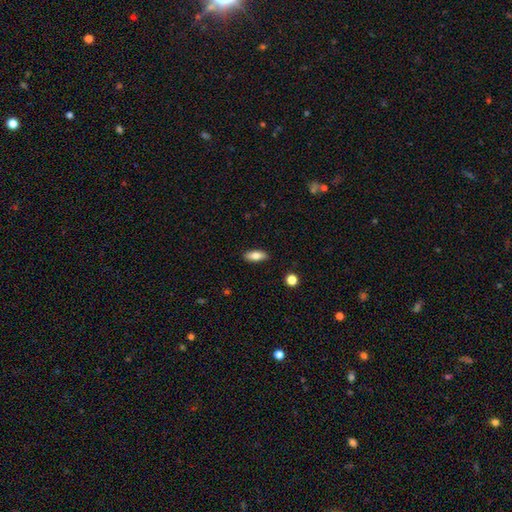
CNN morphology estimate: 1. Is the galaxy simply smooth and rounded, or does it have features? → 79% smooth, 14% featured or disk, 7% star or artifact.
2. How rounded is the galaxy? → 79% in between, 18% cigar-shaped, 3% round.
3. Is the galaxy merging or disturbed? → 89% none, 8% minor disturbance, 2% major disturbance, 1% merger.